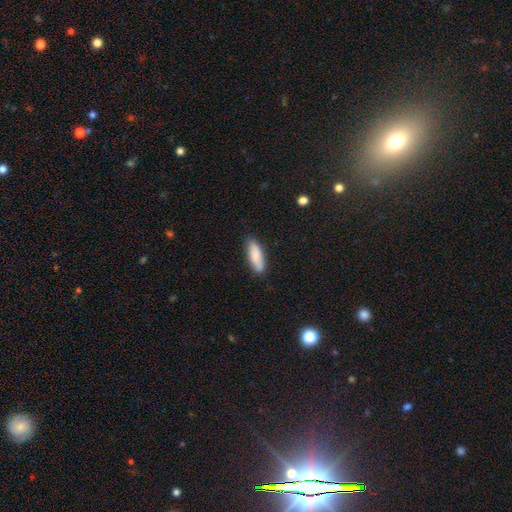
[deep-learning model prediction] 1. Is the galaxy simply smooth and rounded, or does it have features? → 84% smooth, 11% featured or disk, 6% star or artifact.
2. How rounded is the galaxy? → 51% in between, 48% cigar-shaped, 2% round.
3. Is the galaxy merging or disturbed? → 82% none, 14% minor disturbance, 2% major disturbance, 1% merger.